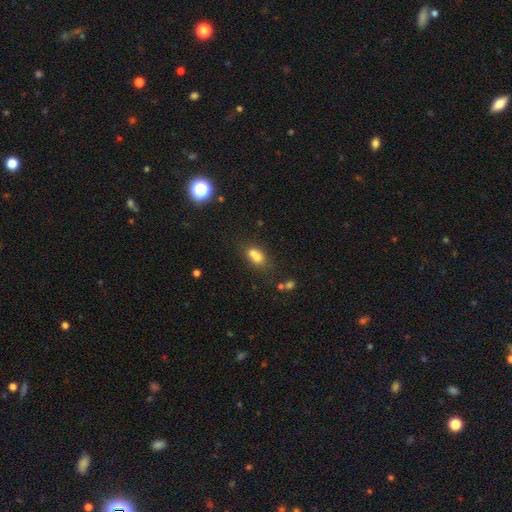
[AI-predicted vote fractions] smooth_or_featured: smooth (p=0.69) [alt: featured or disk p=0.17]
how_rounded: in between (p=0.60) [alt: round p=0.36]
merging: merger (p=0.52) [alt: none p=0.33]